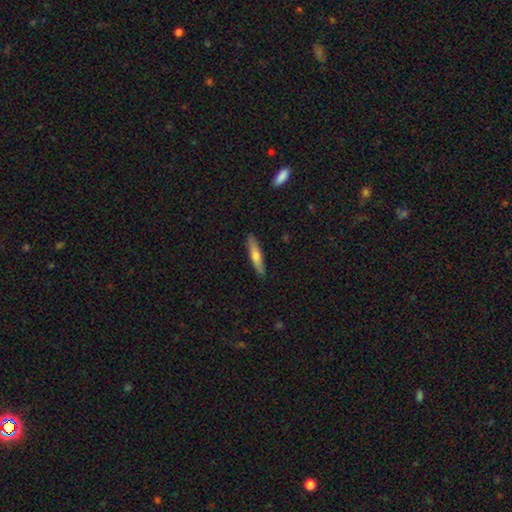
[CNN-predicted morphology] A smooth galaxy with no disk features (63%) that is cigar-shaped (84%).

Vote fractions:
- Smooth or featured? smooth: 63% / featured or disk: 31% / star or artifact: 6%
- How rounded? cigar-shaped: 84% / in between: 14% / round: 2%
- Merging? none: 89% / minor disturbance: 8% / major disturbance: 2% / merger: 1%